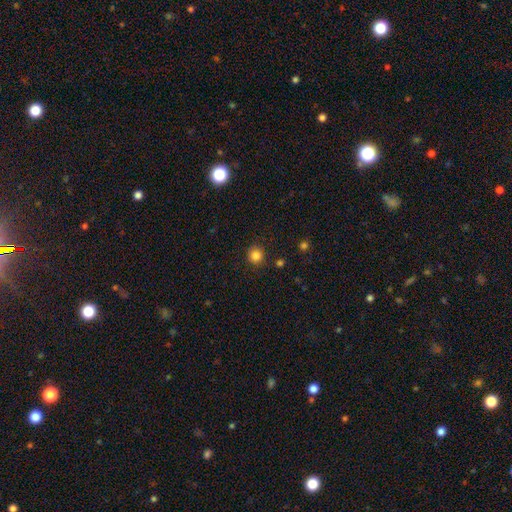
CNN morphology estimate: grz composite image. It shows a smooth galaxy with no disk features (84%) that is round (91%). Merging: none (89%).